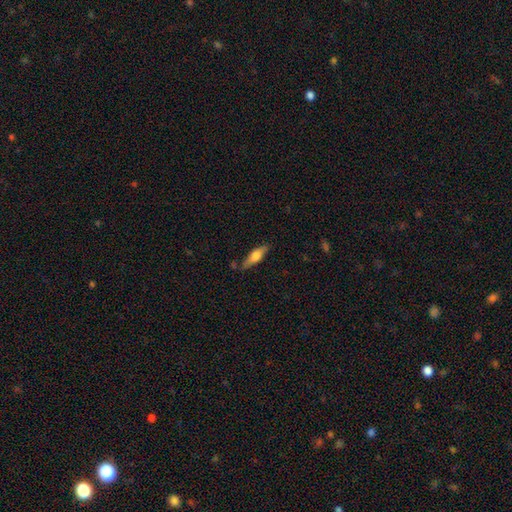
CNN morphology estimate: smooth-or-featured: smooth: 58% | featured or disk: 35% | star or artifact: 6%
  how-rounded: cigar-shaped: 55% | in between: 43% | round: 2%
  merging: none: 74% | minor disturbance: 18% | merger: 4% | major disturbance: 4%